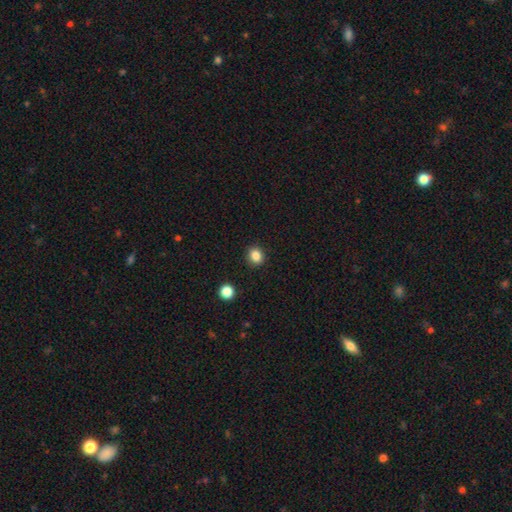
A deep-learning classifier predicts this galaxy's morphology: Overall: smooth (85%). How rounded: round (73%). Merging: none (91%).